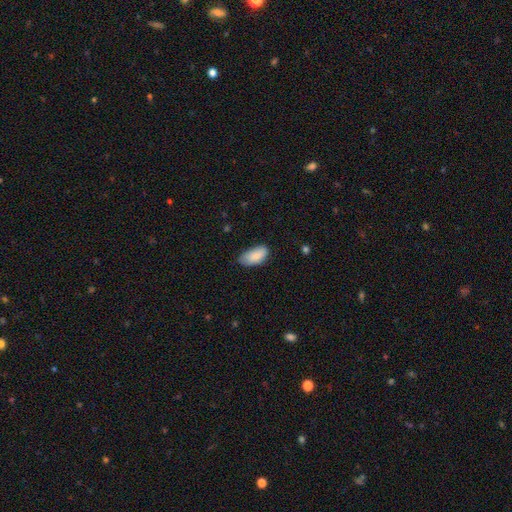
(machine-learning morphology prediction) Overall: smooth (86%). How rounded: in between (93%). Merging: none (66%; minor disturbance 28%).